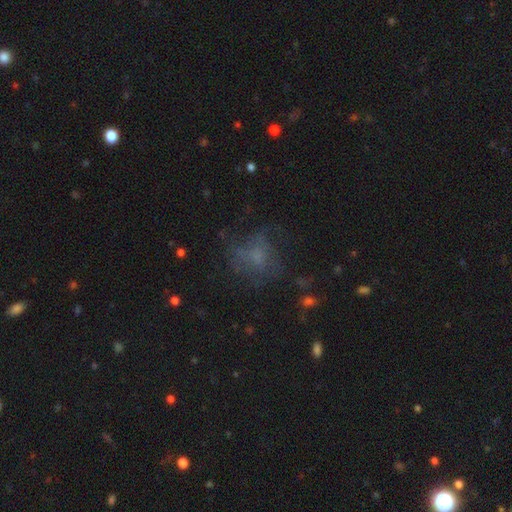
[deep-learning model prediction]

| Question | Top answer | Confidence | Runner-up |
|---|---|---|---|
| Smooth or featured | smooth | 49% | featured or disk (29%) |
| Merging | none | 51% | major disturbance (27%) |